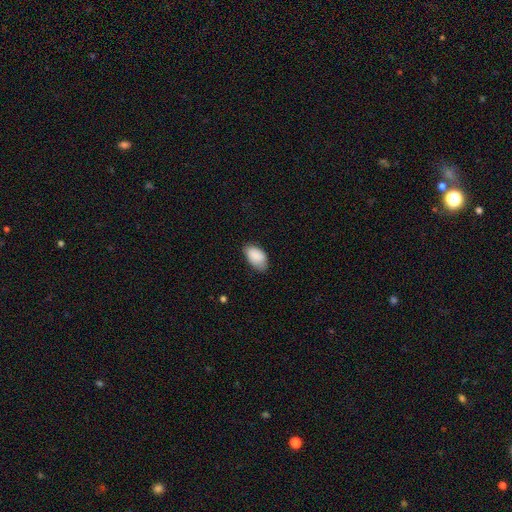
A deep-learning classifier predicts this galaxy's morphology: A smooth galaxy with no disk features (89%) that is in between round and cigar-shaped (94%). Merging: none (70%).